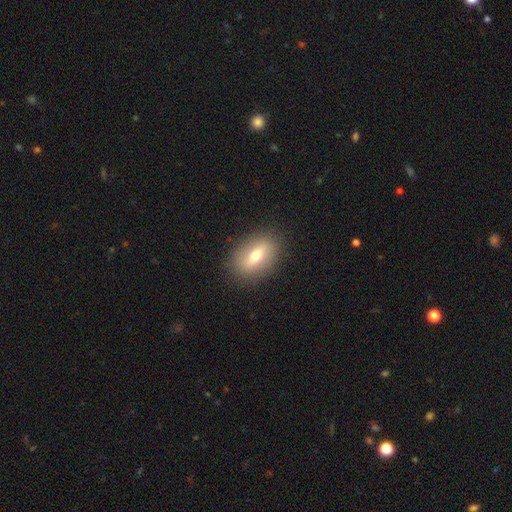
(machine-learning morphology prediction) type=smooth (59%); roundness=in between (78%); merging=none (87%).